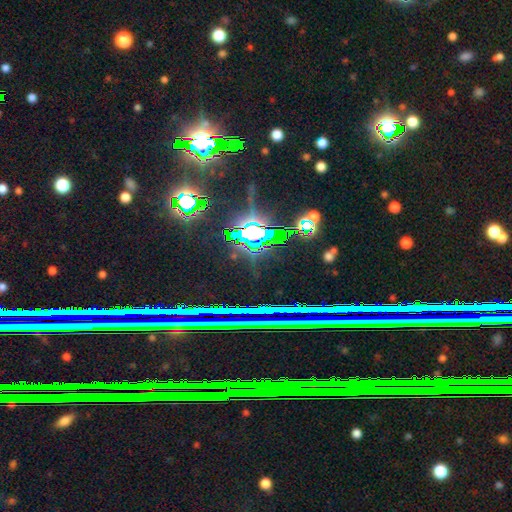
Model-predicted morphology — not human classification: A star or artifact, not a galaxy (78%).

Vote fractions:
- Smooth or featured? star or artifact: 78% / smooth: 12% / featured or disk: 10%